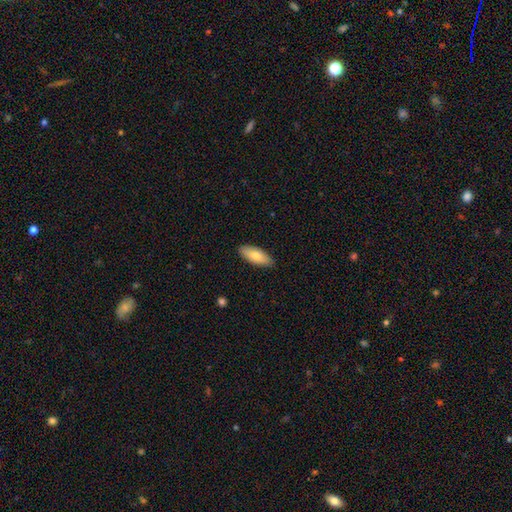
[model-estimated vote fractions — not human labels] A smooth galaxy with no disk features (78%) that is in between round and cigar-shaped (80%). Merging: none (87%).